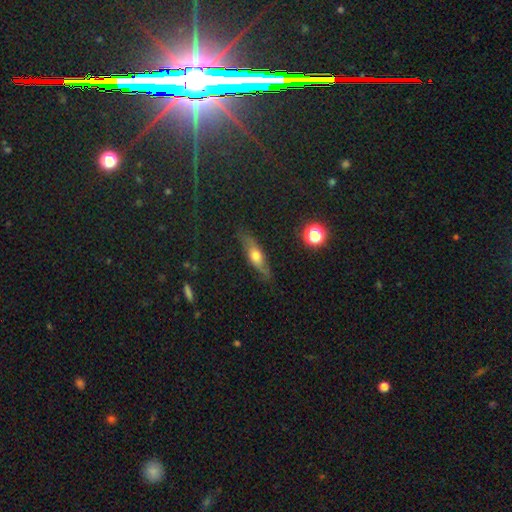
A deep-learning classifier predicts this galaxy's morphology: type=featured or disk (45%, tied with smooth); merging=none (77%).